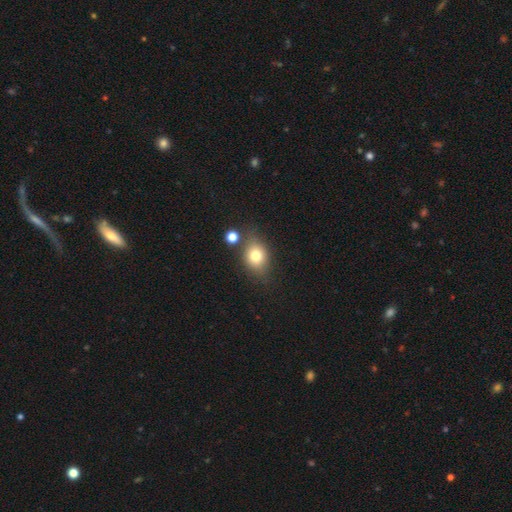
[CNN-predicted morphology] smooth 75%, featured or disk 14%, star or artifact 11%. Down the decision tree: how rounded — in between (55%); merging — none (66%).